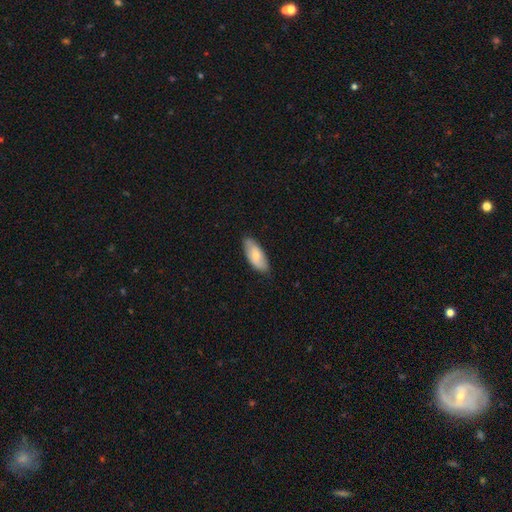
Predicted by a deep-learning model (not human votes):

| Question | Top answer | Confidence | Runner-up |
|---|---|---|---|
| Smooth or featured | smooth | 69% | featured or disk (26%) |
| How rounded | in between | 86% | cigar-shaped (12%) |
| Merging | none | 82% | minor disturbance (14%) |